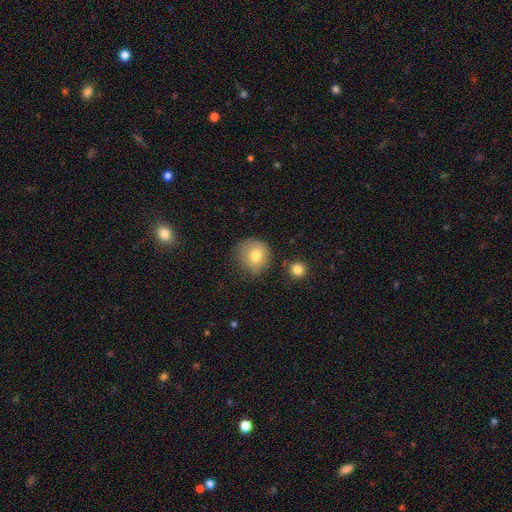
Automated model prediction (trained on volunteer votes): smooth-or-featured: smooth: 76% | featured or disk: 14% | star or artifact: 10%
  how-rounded: round: 88% | in between: 11% | cigar-shaped: 1%
  merging: none: 65% | minor disturbance: 24% | major disturbance: 7% | merger: 4%